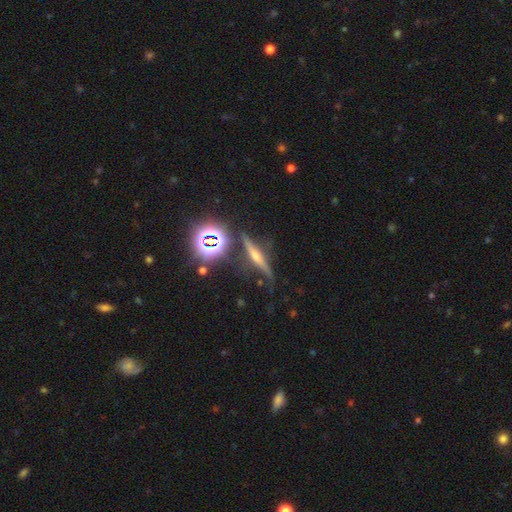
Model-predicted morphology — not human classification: smooth_or_featured: featured or disk (p=0.54) [alt: smooth p=0.23]
disk_edge_on: yes (p=0.92) [alt: no p=0.08]
merging: none (p=0.79) [alt: minor disturbance p=0.13]